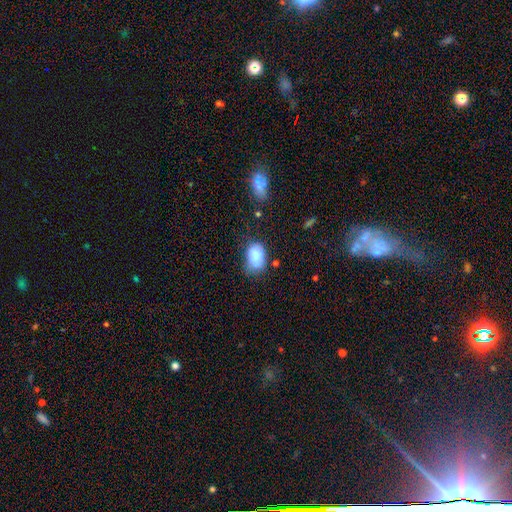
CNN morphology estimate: Smooth or featured?
  - smooth: 82% *
  - featured or disk: 10%
  - star or artifact: 8%
How rounded?
  - in between: 83% *
  - round: 15%
  - cigar-shaped: 1%
Merging?
  - none: 50% *
  - minor disturbance: 34%
  - major disturbance: 11%
  - merger: 5%